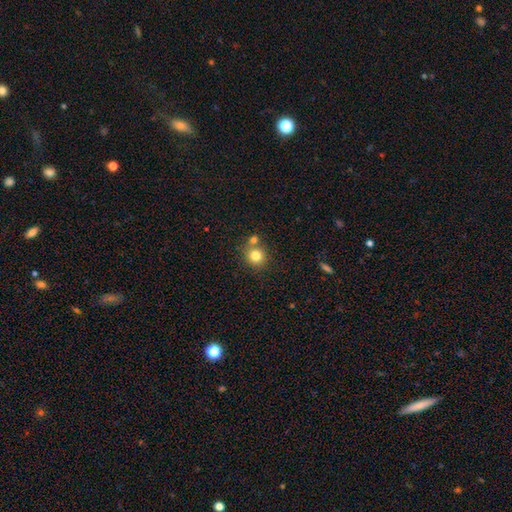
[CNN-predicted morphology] This is clearly a smooth galaxy (80%). How rounded: clearly round (89%). Merging: likely none (65%).